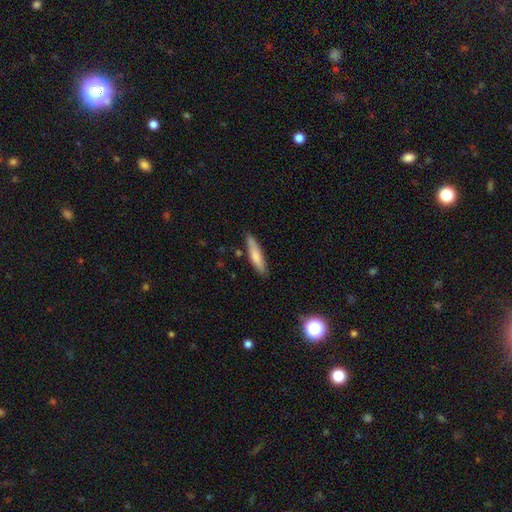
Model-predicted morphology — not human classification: Smooth or featured?
  - smooth: 77% *
  - featured or disk: 17%
  - star or artifact: 6%
How rounded?
  - cigar-shaped: 79% *
  - in between: 20%
  - round: 1%
Merging?
  - none: 83% *
  - minor disturbance: 12%
  - merger: 2%
  - major disturbance: 2%